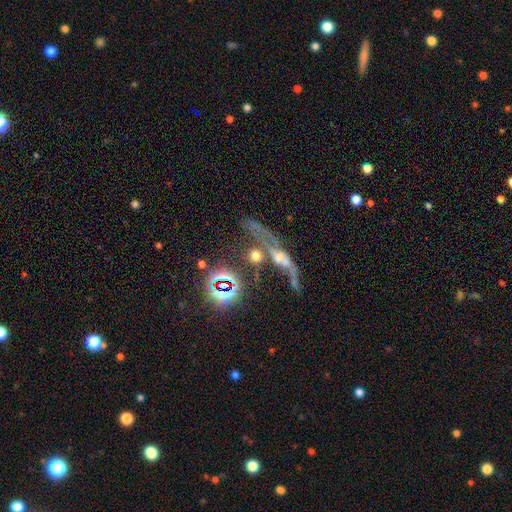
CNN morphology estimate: This is marginally a featured or disk galaxy (36%). Merging: marginally none (35%).